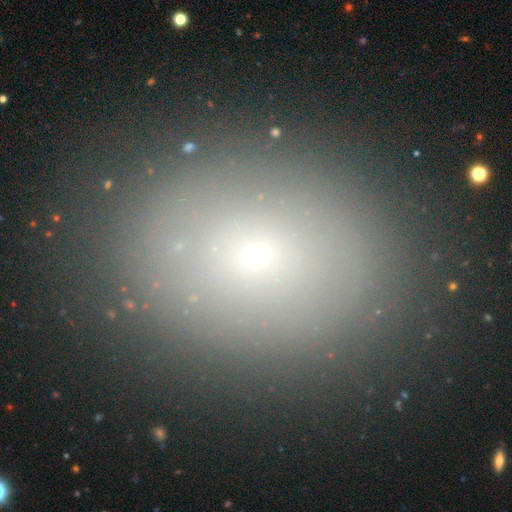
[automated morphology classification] A smooth galaxy with no disk features (59%) that is in between round and cigar-shaped (54%).

Vote fractions:
- Smooth or featured? smooth: 59% / featured or disk: 22% / star or artifact: 20%
- How rounded? in between: 54% / round: 45% / cigar-shaped: 2%
- Merging? none: 84% / minor disturbance: 10% / major disturbance: 4% / merger: 2%